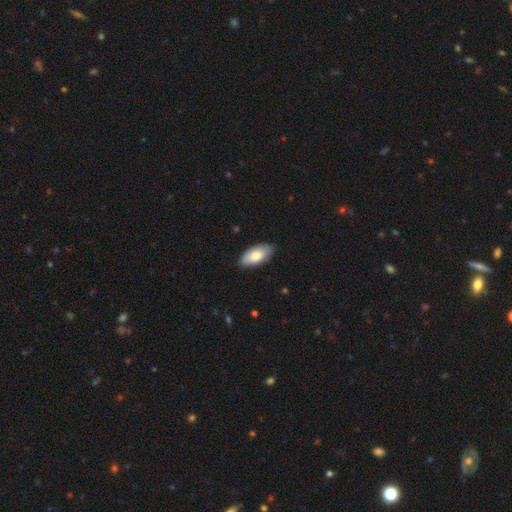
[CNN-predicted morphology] Smooth or featured?
  - smooth: 78% *
  - featured or disk: 16%
  - star or artifact: 6%
How rounded?
  - in between: 93% *
  - cigar-shaped: 5%
  - round: 2%
Merging?
  - none: 85% *
  - minor disturbance: 12%
  - major disturbance: 2%
  - merger: 1%